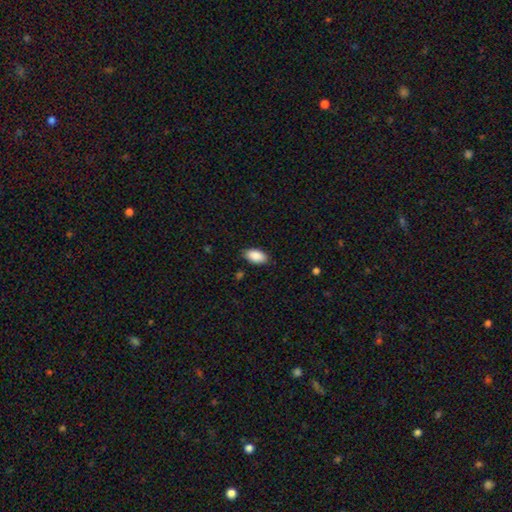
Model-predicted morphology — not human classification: This is clearly a smooth galaxy (90%). How rounded: clearly in between (94%). Merging: clearly none (84%).